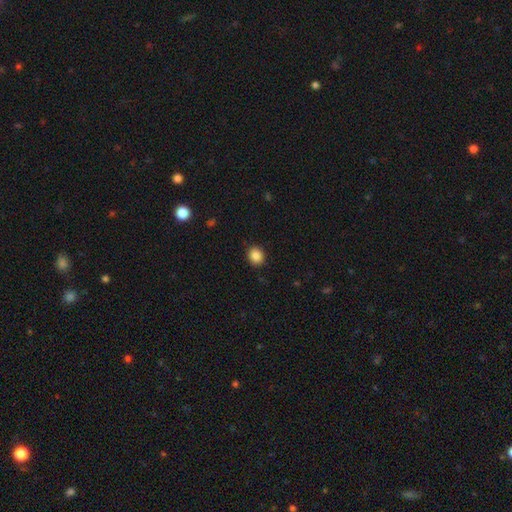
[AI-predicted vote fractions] smooth 86%, star or artifact 10%, featured or disk 4%. Down the decision tree: how rounded — round (75%); merging — none (91%).